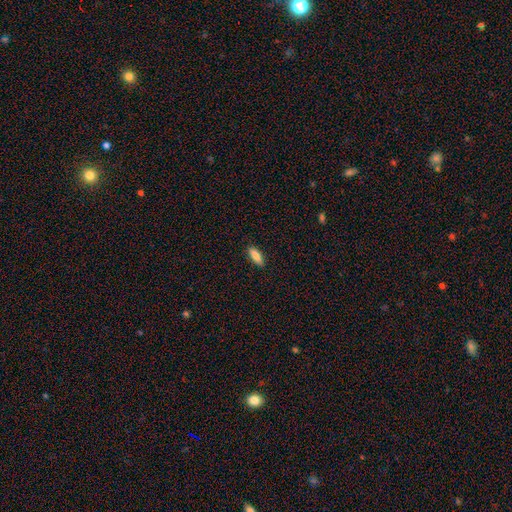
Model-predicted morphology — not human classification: Smooth or featured?
  - smooth: 83% *
  - featured or disk: 10%
  - star or artifact: 7%
How rounded?
  - in between: 60% *
  - cigar-shaped: 38%
  - round: 2%
Merging?
  - none: 89% *
  - minor disturbance: 8%
  - major disturbance: 2%
  - merger: 1%